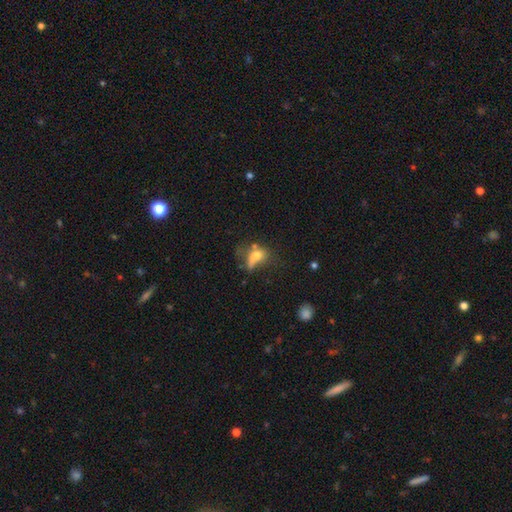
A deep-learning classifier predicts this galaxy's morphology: Smooth or featured: smooth — 58% (featured or disk — 28%)
How rounded: in between — 66% (round — 26%)
Merging: major disturbance — 38% (none — 26%)